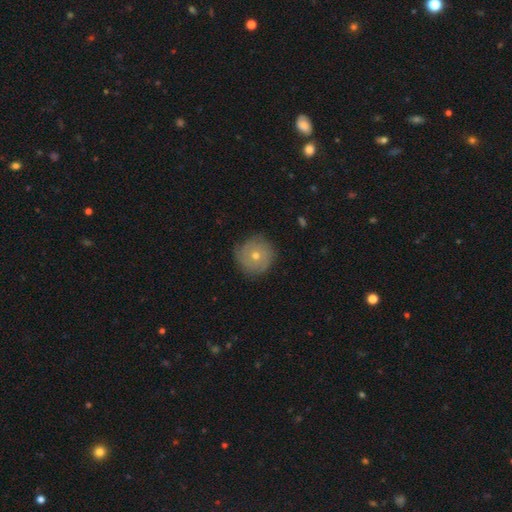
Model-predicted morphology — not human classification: smooth-or-featured: featured or disk: 46% | smooth: 43% | star or artifact: 11%
  merging: none: 84% | minor disturbance: 12% | major disturbance: 3% | merger: 1%